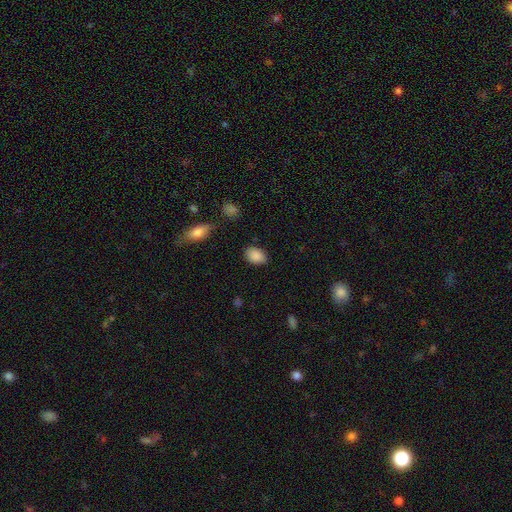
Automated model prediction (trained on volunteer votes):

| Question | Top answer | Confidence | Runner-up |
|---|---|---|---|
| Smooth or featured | smooth | 89% | star or artifact (8%) |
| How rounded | in between | 84% | round (15%) |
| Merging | none | 84% | minor disturbance (11%) |